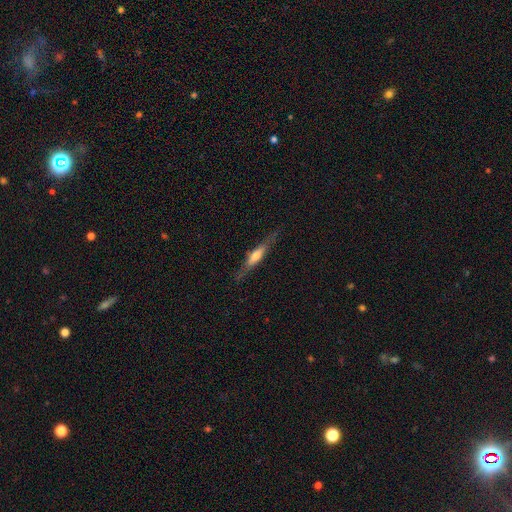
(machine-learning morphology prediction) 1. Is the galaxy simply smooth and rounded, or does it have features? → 56% featured or disk, 38% smooth, 6% star or artifact.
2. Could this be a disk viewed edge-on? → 91% yes, 9% no.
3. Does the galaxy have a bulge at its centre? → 70% rounded, 18% boxy, 12% none.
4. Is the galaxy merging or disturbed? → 79% none, 15% minor disturbance, 4% major disturbance, 1% merger.